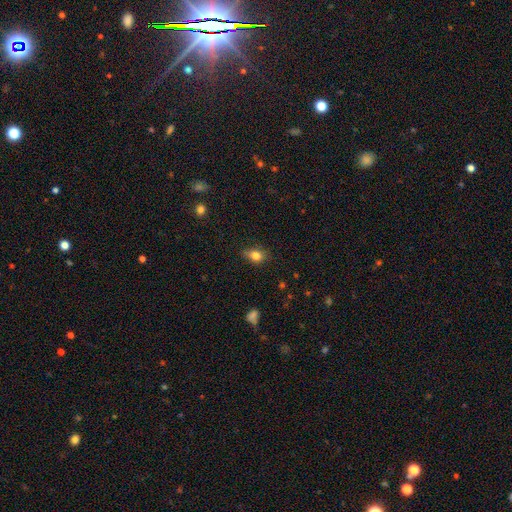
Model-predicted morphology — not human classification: This appears to be a smooth galaxy with no disk features (80%) that is in between round and cigar-shaped (67%). Merging: none (75%).